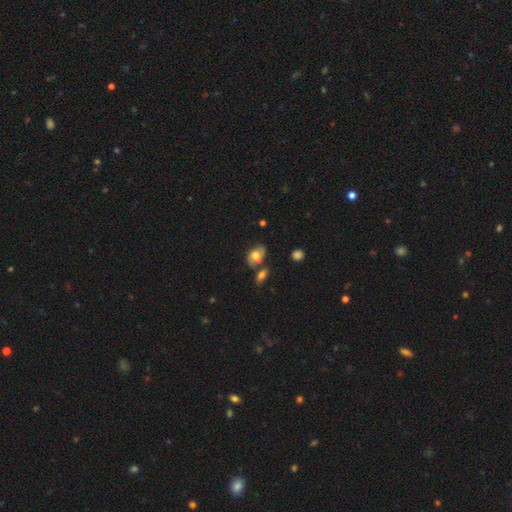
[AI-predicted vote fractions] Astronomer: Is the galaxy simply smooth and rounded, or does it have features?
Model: smooth — 63%.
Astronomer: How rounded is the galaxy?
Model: in between — 77%.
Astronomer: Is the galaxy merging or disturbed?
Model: none — 57%.